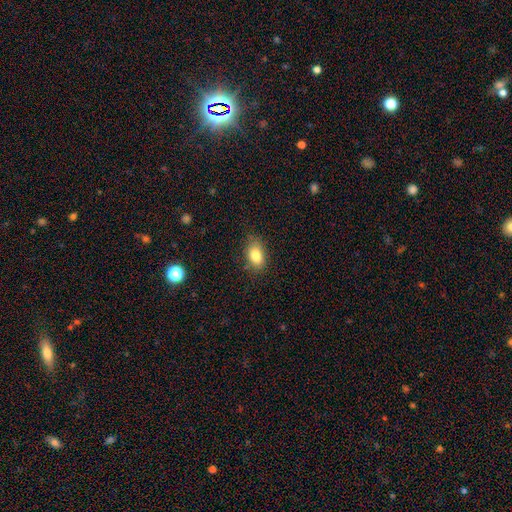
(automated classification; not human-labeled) smooth-or-featured: smooth: 83% | star or artifact: 9% | featured or disk: 9%
  how-rounded: in between: 86% | round: 12% | cigar-shaped: 2%
  merging: none: 79% | minor disturbance: 16% | major disturbance: 4% | merger: 1%